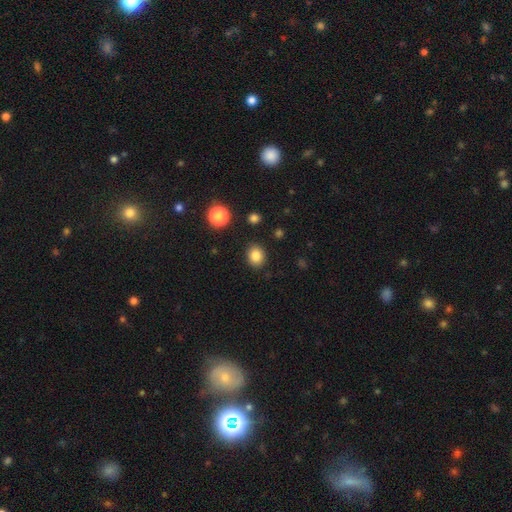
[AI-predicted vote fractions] smooth-or-featured: smooth: 85% | star or artifact: 11% | featured or disk: 5%
  how-rounded: round: 61% | in between: 38% | cigar-shaped: 1%
  merging: none: 87% | minor disturbance: 8% | major disturbance: 3% | merger: 2%